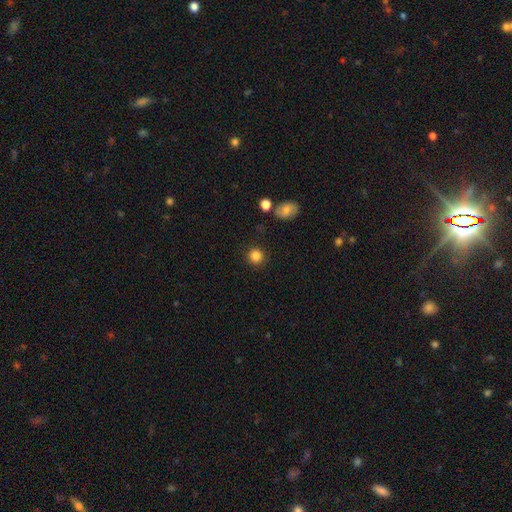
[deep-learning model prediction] smooth 85%, star or artifact 11%, featured or disk 4%. Down the decision tree: how rounded — round (92%); merging — none (89%).